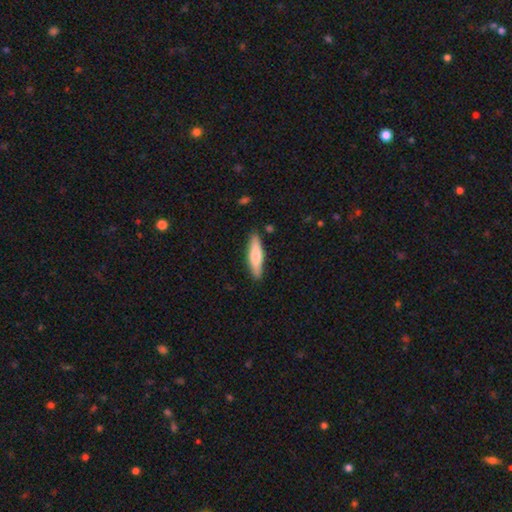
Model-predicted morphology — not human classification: smooth_or_featured: smooth (p=0.64) [alt: featured or disk p=0.30]
how_rounded: cigar-shaped (p=0.74) [alt: in between p=0.24]
merging: none (p=0.86) [alt: minor disturbance p=0.10]